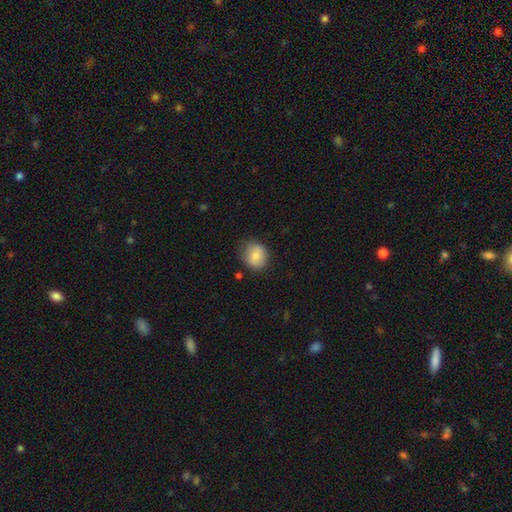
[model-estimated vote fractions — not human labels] This is clearly a smooth galaxy (83%). How rounded: likely round (68%). Merging: likely none (76%).